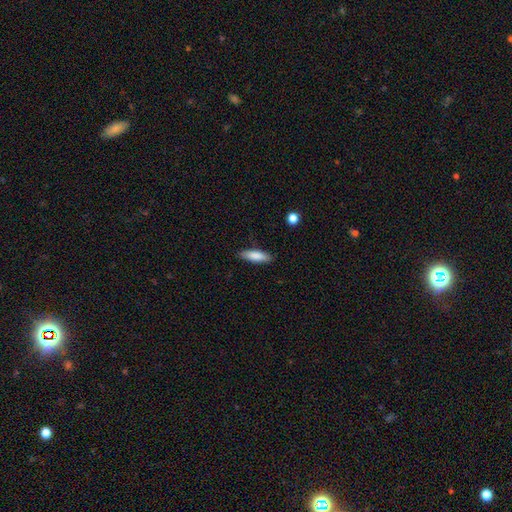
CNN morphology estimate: This is clearly a smooth galaxy (83%). How rounded: possibly cigar-shaped (55%). Merging: clearly none (86%).